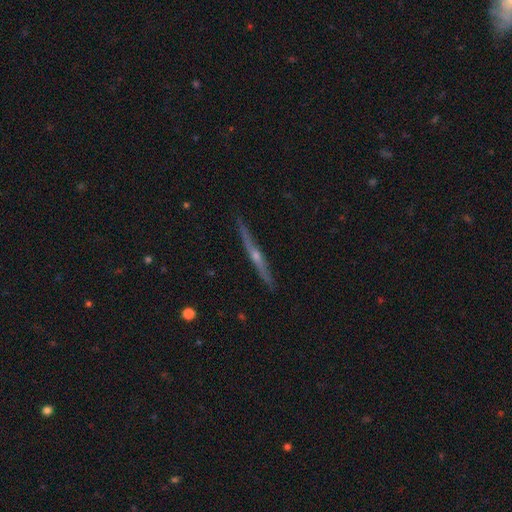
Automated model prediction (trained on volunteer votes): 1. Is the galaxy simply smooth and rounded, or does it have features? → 80% featured or disk, 14% smooth, 6% star or artifact.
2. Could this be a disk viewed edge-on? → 98% yes, 2% no.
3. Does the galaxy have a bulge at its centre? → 82% rounded, 14% none, 4% boxy.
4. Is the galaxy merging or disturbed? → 89% none, 8% minor disturbance, 1% major disturbance, 1% merger.